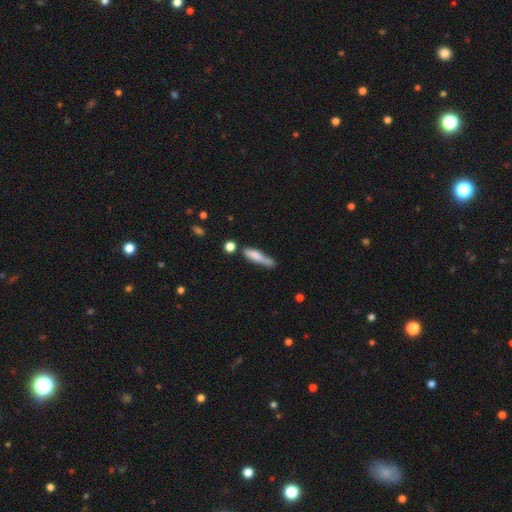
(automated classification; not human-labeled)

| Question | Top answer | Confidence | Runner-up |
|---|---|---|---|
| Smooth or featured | smooth | 69% | featured or disk (24%) |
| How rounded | cigar-shaped | 81% | in between (17%) |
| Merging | none | 44% | minor disturbance (29%) |